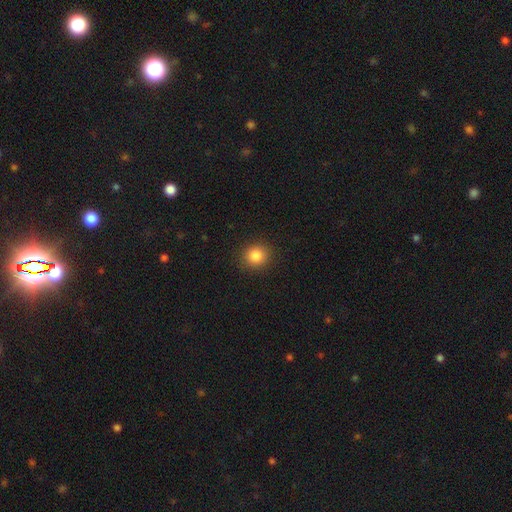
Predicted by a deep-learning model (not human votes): Smooth or featured? smooth (84%)
How rounded? round (86%)
Merging? none (91%)